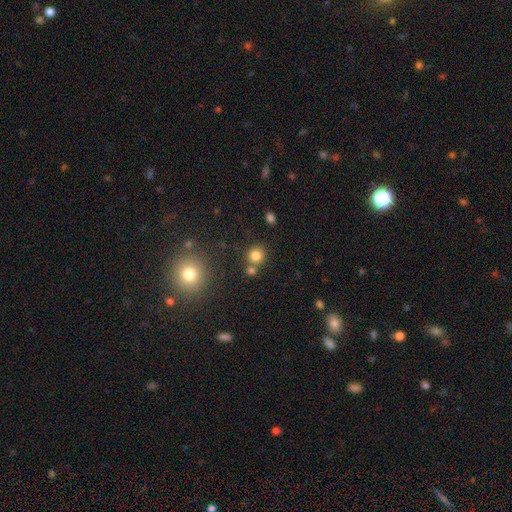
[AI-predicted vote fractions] Smooth or featured?
  - smooth: 81% *
  - star or artifact: 13%
  - featured or disk: 6%
How rounded?
  - round: 89% *
  - in between: 10%
  - cigar-shaped: 1%
Merging?
  - none: 71% *
  - merger: 18%
  - minor disturbance: 8%
  - major disturbance: 3%